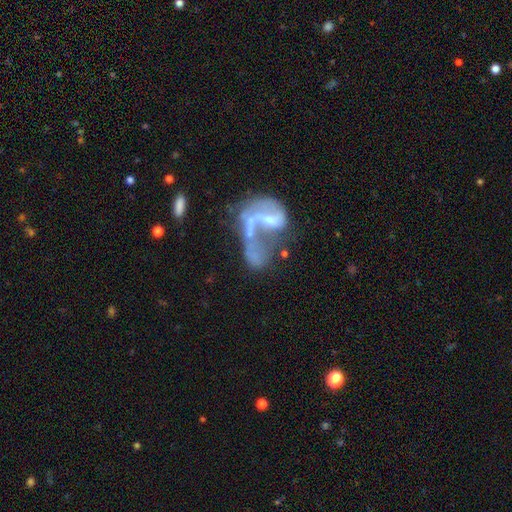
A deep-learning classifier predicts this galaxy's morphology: This appears to be a featured or disk galaxy (64%) with no bar (52%), spiral arms (55%) and no central bulge (36%). Merging: major disturbance (40%).